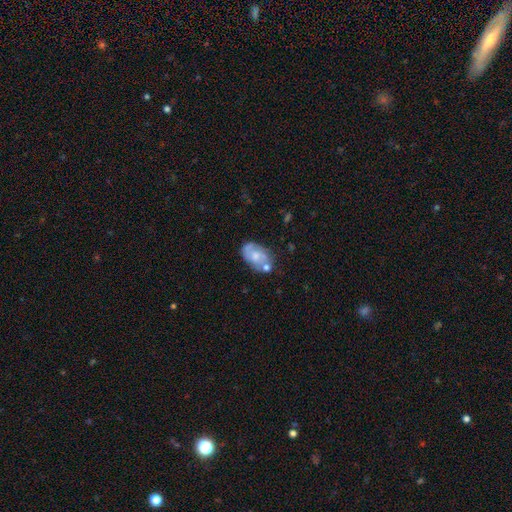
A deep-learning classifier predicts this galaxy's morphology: This is possibly a featured or disk galaxy (51%). It is clearly not viewed edge-on (96%). Merging: possibly none (48%).